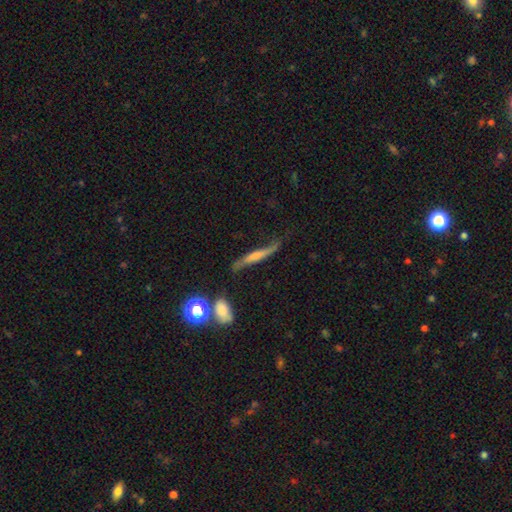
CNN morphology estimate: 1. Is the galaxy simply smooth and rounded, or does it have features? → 61% featured or disk, 30% smooth, 10% star or artifact.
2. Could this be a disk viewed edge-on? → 66% yes, 34% no.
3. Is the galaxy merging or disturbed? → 57% none, 25% minor disturbance, 13% major disturbance, 5% merger.